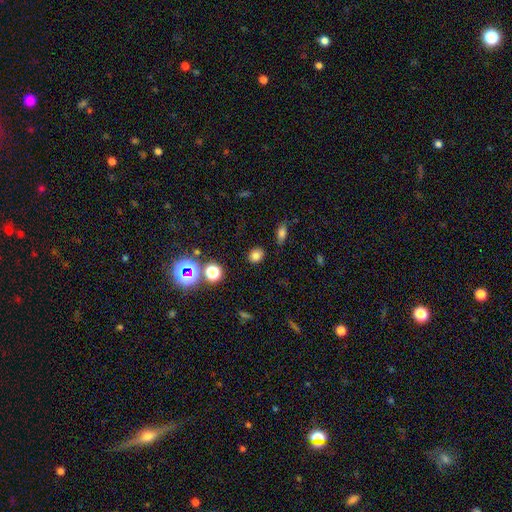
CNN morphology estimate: This appears to be a smooth galaxy with no disk features (76%) that is round (57%). Merging: none (84%).